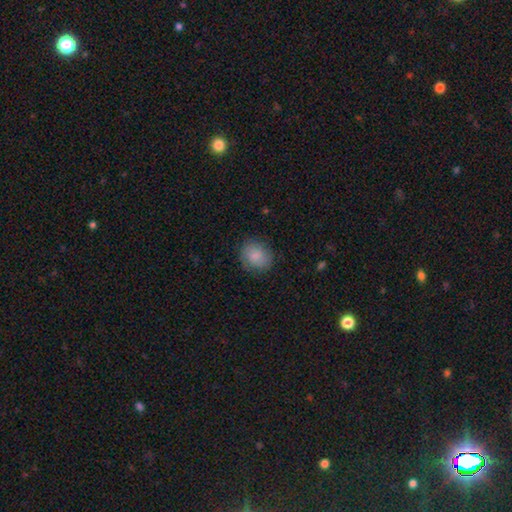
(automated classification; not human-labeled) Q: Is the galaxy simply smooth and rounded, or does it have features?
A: smooth — 85%.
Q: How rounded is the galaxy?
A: round — 67%.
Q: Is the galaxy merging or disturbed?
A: none — 82%.